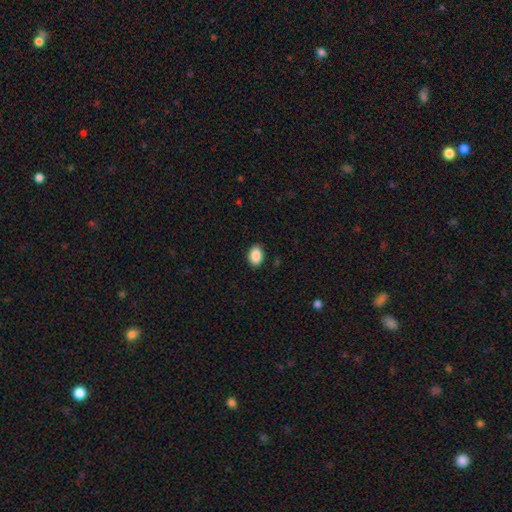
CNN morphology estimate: Overall: smooth (89%). How rounded: in between (81%). Merging: none (90%).